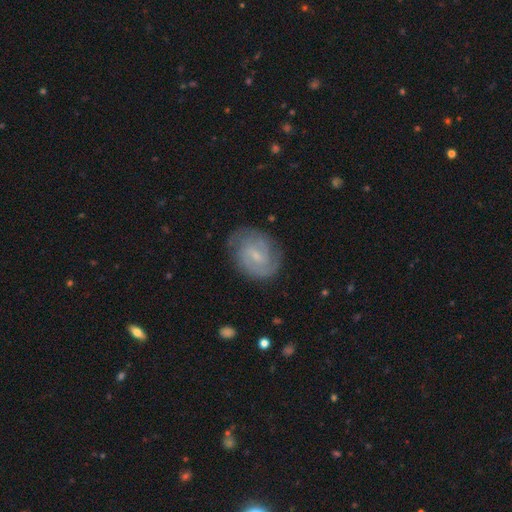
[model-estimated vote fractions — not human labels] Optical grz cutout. It shows a featured or disk galaxy (76%) with a weak bar (60%), 2 (60%) tight (53%) spiral arms (93%) and a small central bulge (67%). Merging: none (77%).